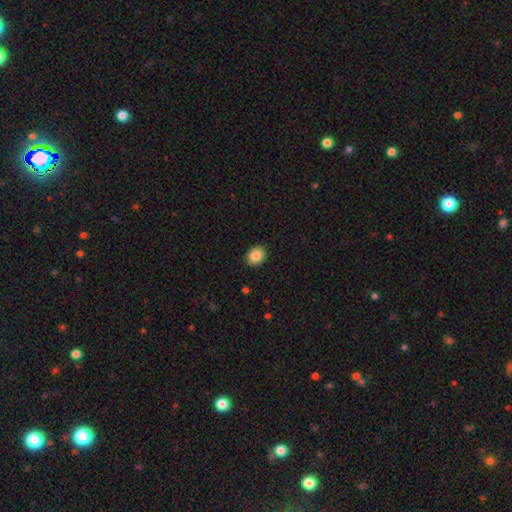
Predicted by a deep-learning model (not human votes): smooth_or_featured: smooth (p=0.86) [alt: star or artifact p=0.09]
how_rounded: round (p=0.59) [alt: in between p=0.40]
merging: none (p=0.90) [alt: minor disturbance p=0.07]